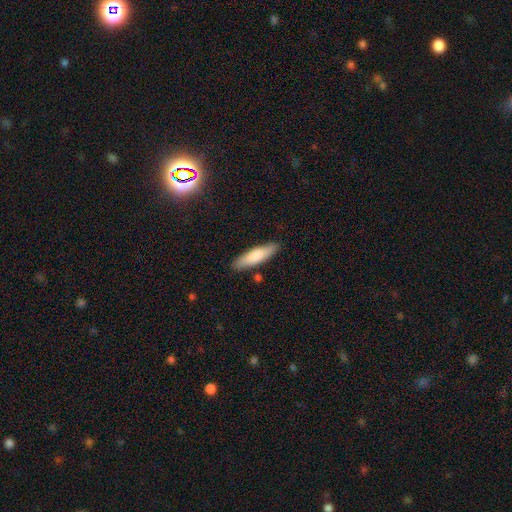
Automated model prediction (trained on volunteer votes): Smooth or featured? smooth (79%)
How rounded? cigar-shaped (67%)
Merging? none (85%)